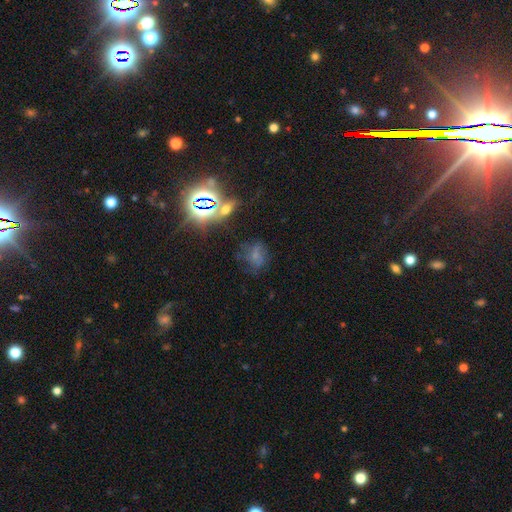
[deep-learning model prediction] Overall: smooth (45%; star or artifact 31%). Merging: none (52%; minor disturbance 24%).